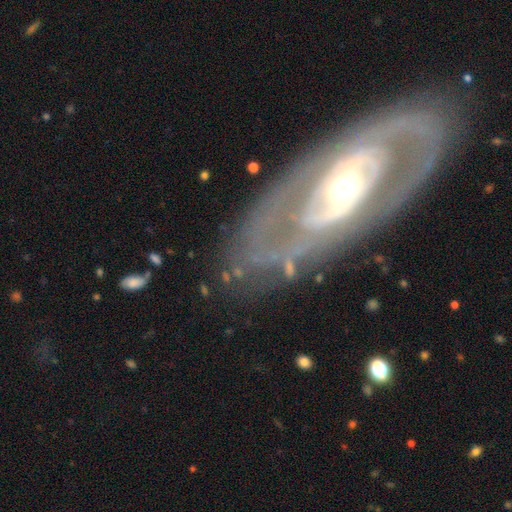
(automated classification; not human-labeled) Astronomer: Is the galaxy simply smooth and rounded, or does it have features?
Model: featured or disk — 78%.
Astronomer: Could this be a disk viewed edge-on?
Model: no — 87%.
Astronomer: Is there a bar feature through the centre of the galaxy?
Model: no — 63%.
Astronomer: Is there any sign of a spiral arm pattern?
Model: yes — 58% (runner-up: no, 42%).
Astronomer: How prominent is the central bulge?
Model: moderate — 64%.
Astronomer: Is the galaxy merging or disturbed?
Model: none — 65%.